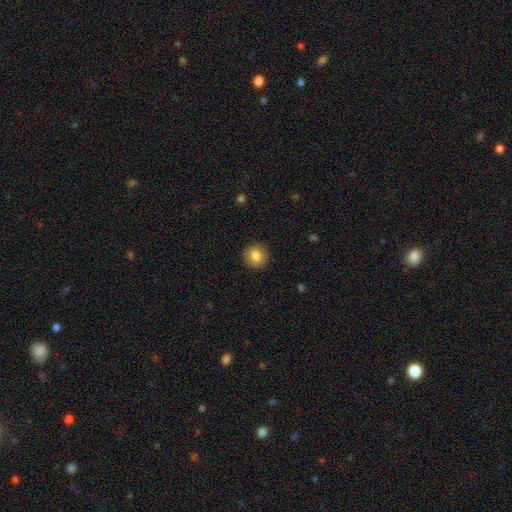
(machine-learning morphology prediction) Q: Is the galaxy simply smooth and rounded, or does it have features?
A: smooth — 84%.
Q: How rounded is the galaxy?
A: round — 92%.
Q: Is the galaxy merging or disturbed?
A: none — 91%.